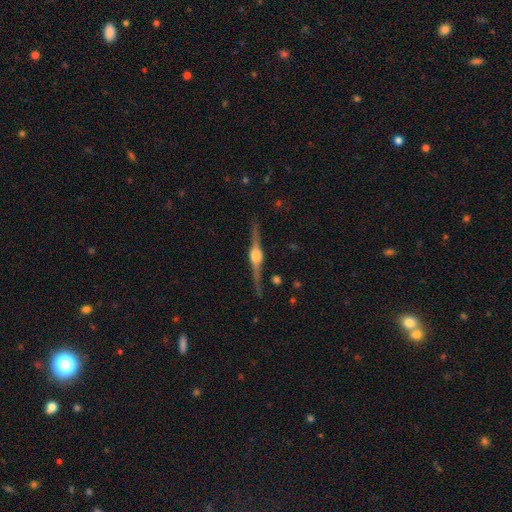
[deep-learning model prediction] Smooth or featured? Predicted: featured or disk (p=0.88). Edge-on disk? Predicted: yes (p=0.98). Edge-on bulge? Predicted: rounded (p=0.93). Merging? Predicted: none (p=0.88).